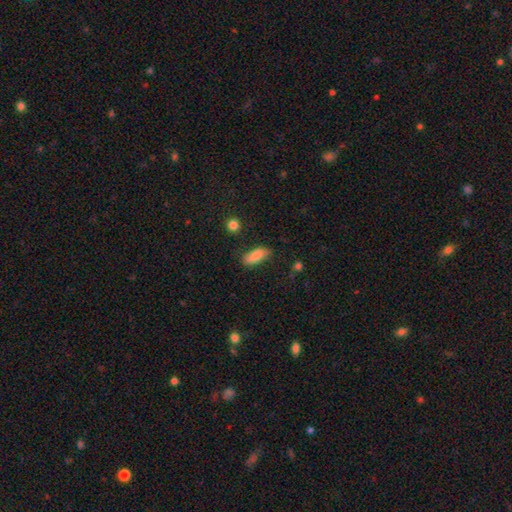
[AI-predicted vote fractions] Smooth or featured?
  - smooth: 85% *
  - featured or disk: 8%
  - star or artifact: 7%
How rounded?
  - in between: 75% *
  - cigar-shaped: 22%
  - round: 3%
Merging?
  - none: 76% *
  - minor disturbance: 17%
  - major disturbance: 4%
  - merger: 2%